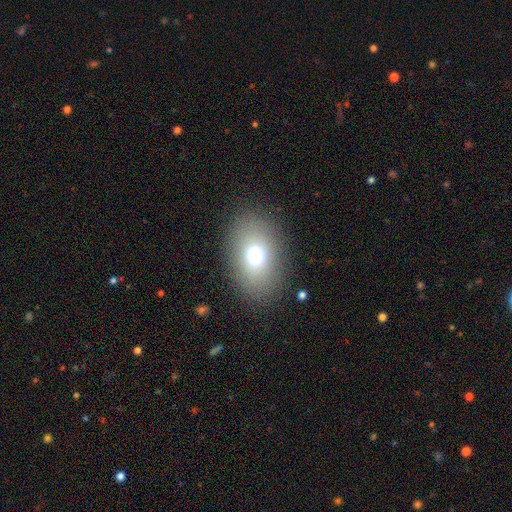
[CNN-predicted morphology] Overall: smooth (68%). How rounded: in between (73%). Merging: none (85%).